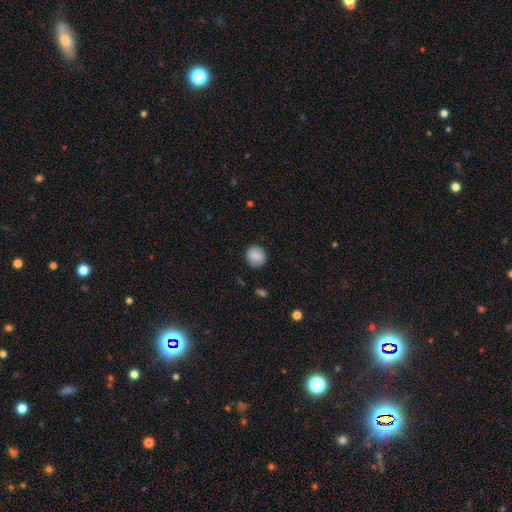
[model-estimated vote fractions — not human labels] Smooth or featured?
  - smooth: 86% *
  - star or artifact: 8%
  - featured or disk: 6%
How rounded?
  - round: 80% *
  - in between: 19%
  - cigar-shaped: 1%
Merging?
  - none: 88% *
  - minor disturbance: 9%
  - major disturbance: 2%
  - merger: 1%